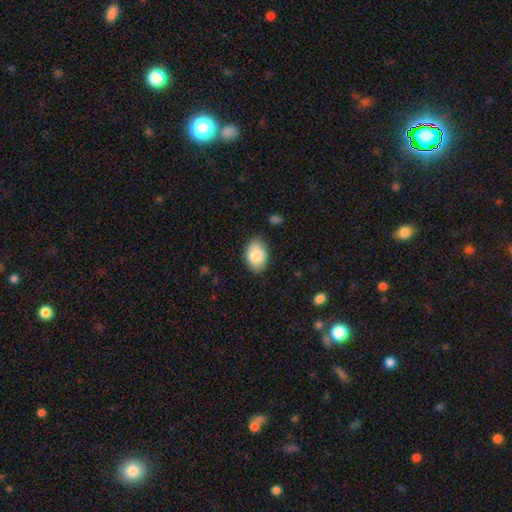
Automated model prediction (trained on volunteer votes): smooth-or-featured: smooth: 85% | featured or disk: 8% | star or artifact: 6%
  how-rounded: in between: 86% | round: 13% | cigar-shaped: 1%
  merging: none: 83% | minor disturbance: 13% | major disturbance: 3% | merger: 1%